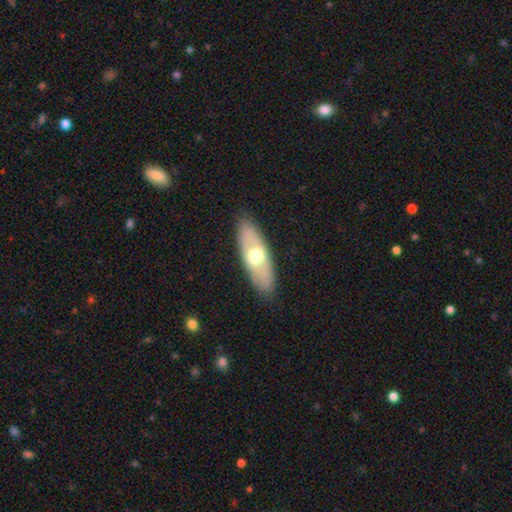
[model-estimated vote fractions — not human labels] This is possibly a smooth galaxy (49%). Merging: clearly none (87%).